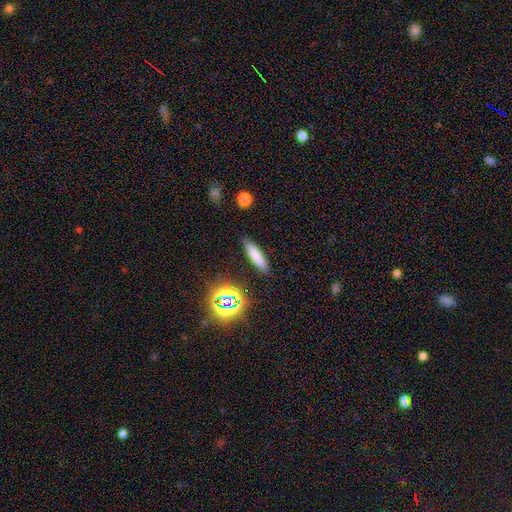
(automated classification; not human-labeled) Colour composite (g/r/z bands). It shows a smooth galaxy with no disk features (73%) that is cigar-shaped (83%). Merging: none (88%).